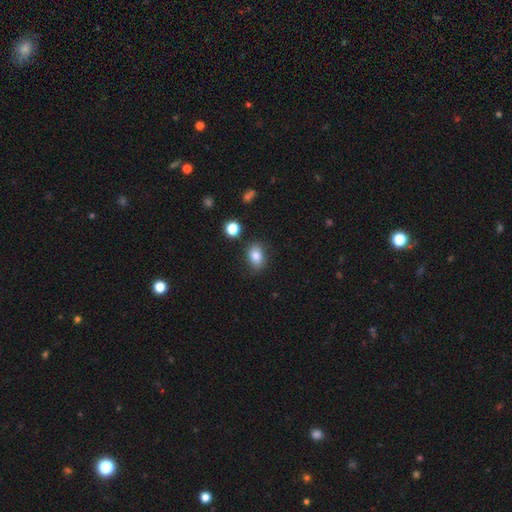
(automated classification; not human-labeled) Morphology: type=smooth (84%); roundness=in between (75%); merging=none (81%).